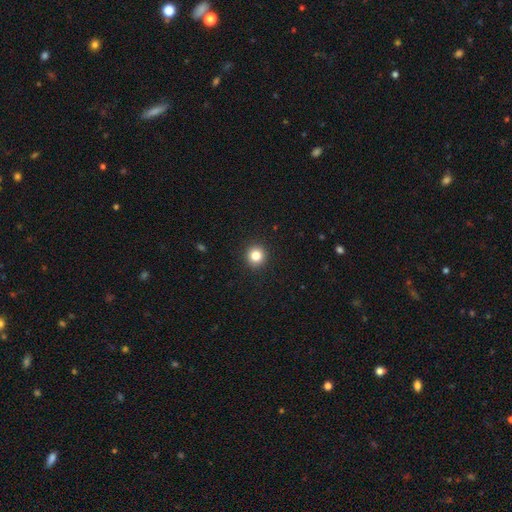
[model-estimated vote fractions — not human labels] Q: Smooth or featured?
A: smooth (83%); runner-up: star or artifact (11%)
Q: How rounded?
A: round (93%); runner-up: in between (6%)
Q: Merging?
A: none (93%); runner-up: minor disturbance (5%)